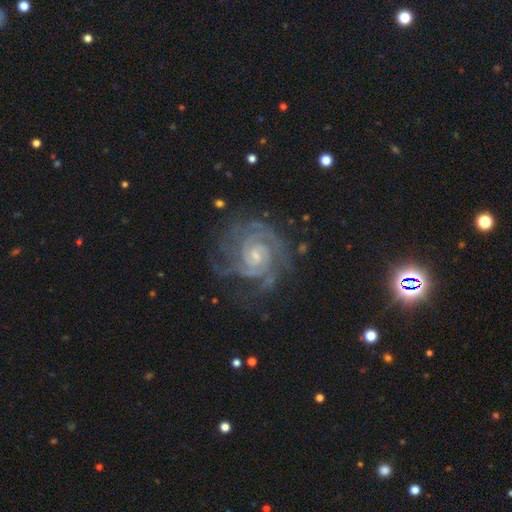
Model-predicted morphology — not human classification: Smooth or featured? Predicted: featured or disk (p=0.90). Edge-on disk? Predicted: no (p=0.98). Bar? Predicted: no (p=0.59). Spiral arms? Predicted: yes (p=0.98). Spiral winding? Predicted: tight (p=0.72). Spiral arm count? Predicted: 2 (p=0.39). Bulge size? Predicted: small (p=0.68). Merging? Predicted: none (p=0.71).